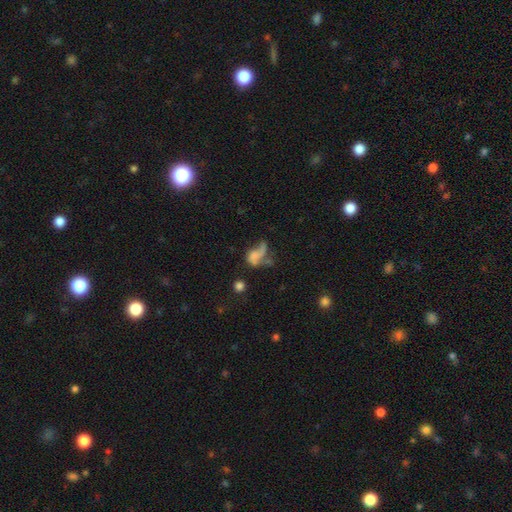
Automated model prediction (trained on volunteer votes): The model was most divided on "smooth or featured": smooth: 44%, featured or disk: 41%, star or artifact: 15%. Remaining: merging — major disturbance (40%).